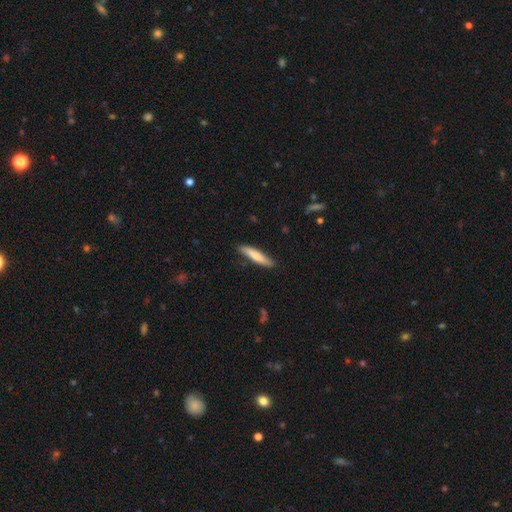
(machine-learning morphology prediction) Overall: smooth (69%). How rounded: cigar-shaped (87%). Merging: none (85%).